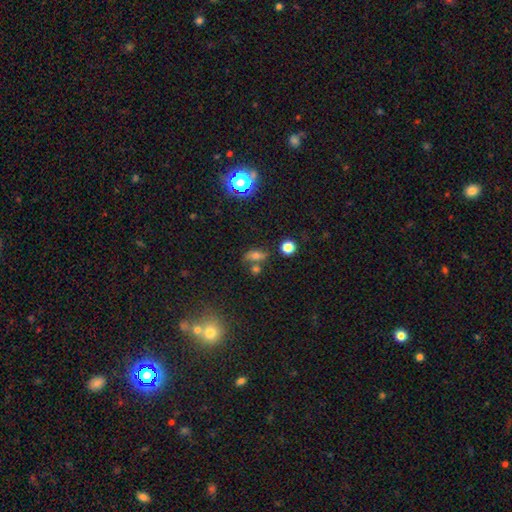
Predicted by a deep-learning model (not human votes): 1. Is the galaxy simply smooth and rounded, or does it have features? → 56% smooth, 23% featured or disk, 21% star or artifact.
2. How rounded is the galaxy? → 69% in between, 16% round, 15% cigar-shaped.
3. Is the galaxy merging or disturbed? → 53% none, 23% merger, 16% minor disturbance, 8% major disturbance.